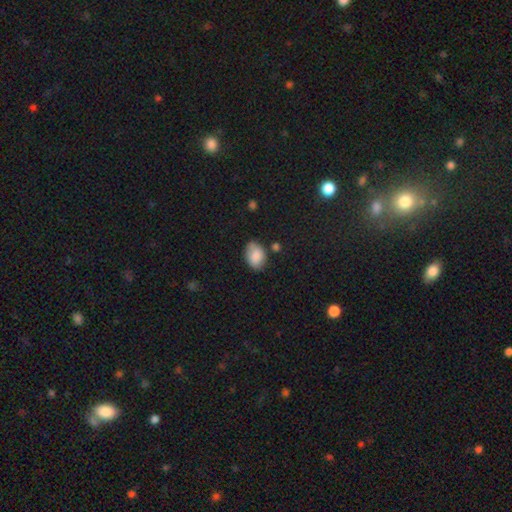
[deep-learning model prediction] Smooth or featured? Predicted: smooth (p=0.84). How rounded? Predicted: in between (p=0.83). Merging? Predicted: none (p=0.68).